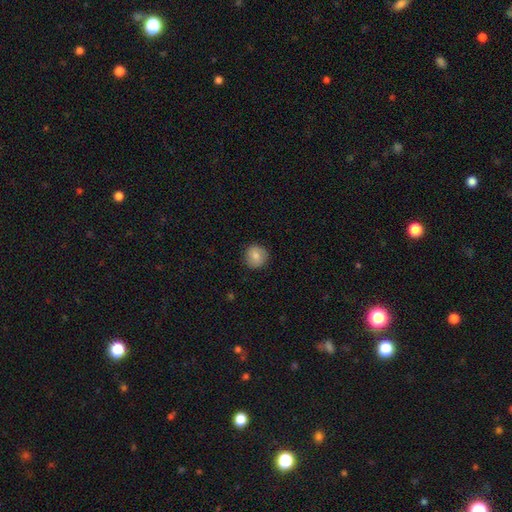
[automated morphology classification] Q: Smooth or featured?
A: smooth (81%); runner-up: featured or disk (10%)
Q: How rounded?
A: round (92%); runner-up: in between (8%)
Q: Merging?
A: none (89%); runner-up: minor disturbance (8%)